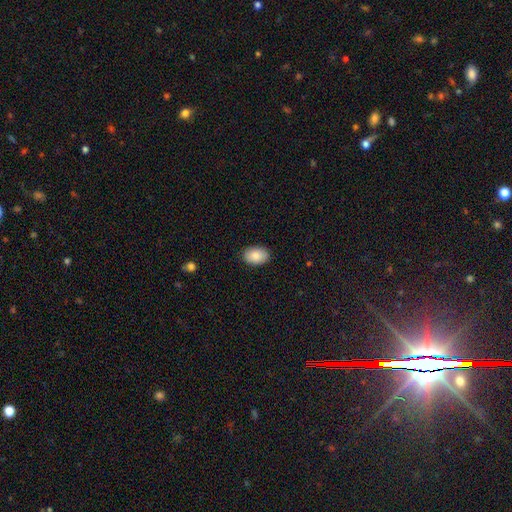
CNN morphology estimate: Smooth or featured: smooth — 86% (featured or disk — 7%)
How rounded: in between — 87% (round — 12%)
Merging: none — 89% (minor disturbance — 9%)